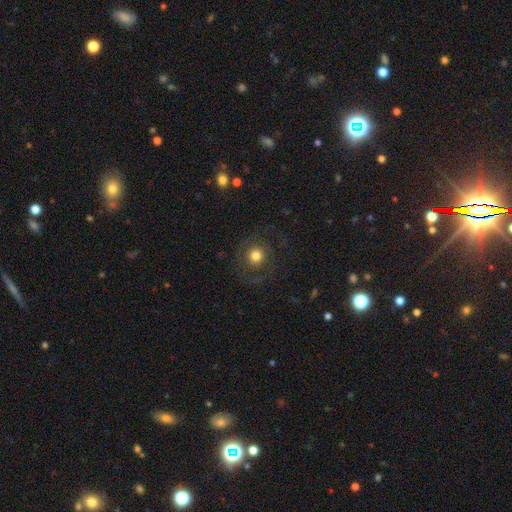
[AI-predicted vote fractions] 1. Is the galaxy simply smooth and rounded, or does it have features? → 64% smooth, 25% featured or disk, 11% star or artifact.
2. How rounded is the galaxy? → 92% round, 8% in between, 1% cigar-shaped.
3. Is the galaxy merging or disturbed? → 77% none, 11% major disturbance, 11% minor disturbance, 1% merger.